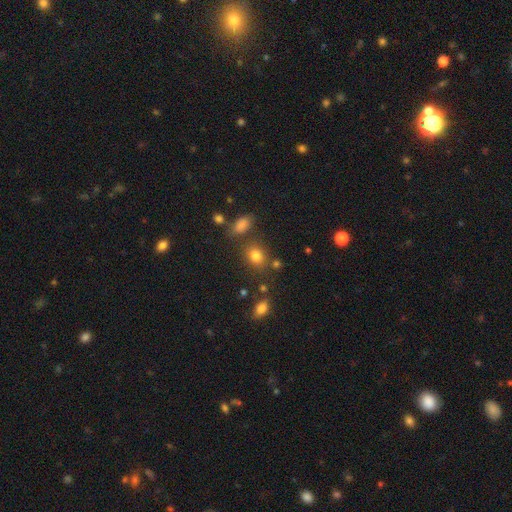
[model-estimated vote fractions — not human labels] smooth-or-featured: smooth: 80% | star or artifact: 13% | featured or disk: 7%
  how-rounded: in between: 49% (tied) | round: 49% (tied) | cigar-shaped: 1%
  merging: none: 73% | minor disturbance: 13% | merger: 9% | major disturbance: 5%